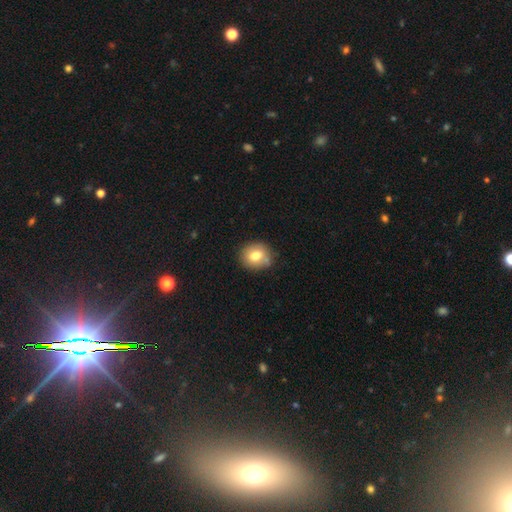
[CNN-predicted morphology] Smooth or featured? Predicted: smooth (p=0.75). How rounded? Predicted: round (p=0.70). Merging? Predicted: none (p=0.77).